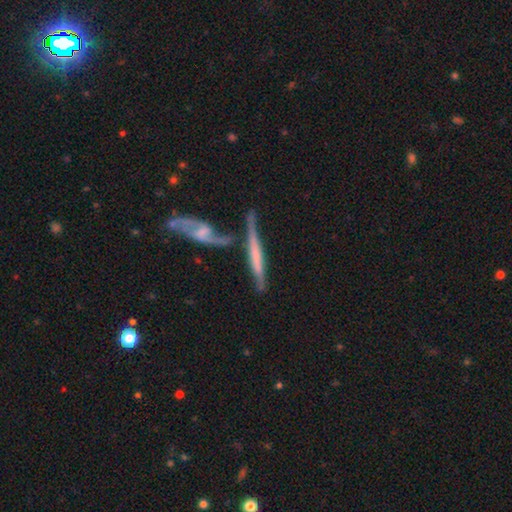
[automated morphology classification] Smooth or featured? featured or disk (62%)
Edge-on disk? yes (81%)
Merging? none (46%)